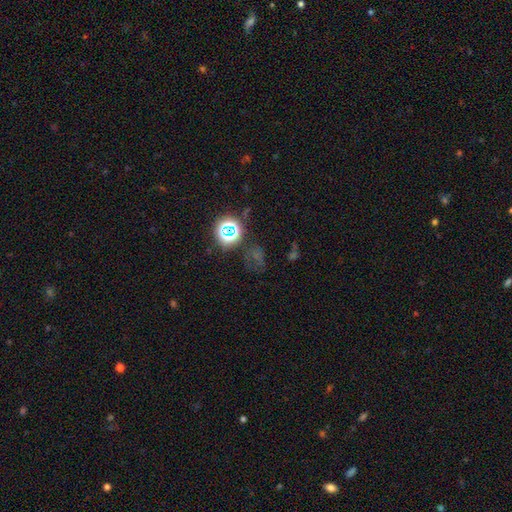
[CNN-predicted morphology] Smooth or featured? Predicted: star or artifact (p=0.60).